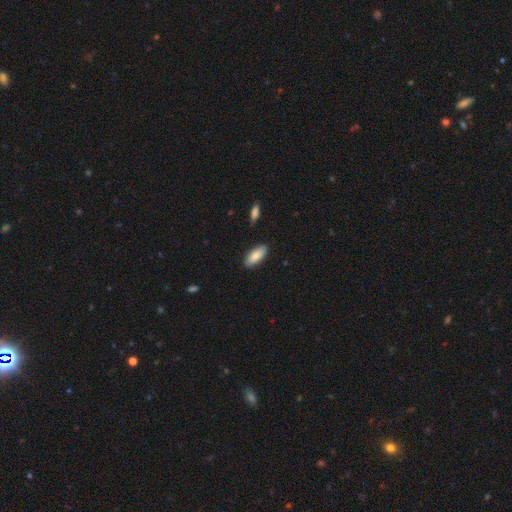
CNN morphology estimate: A smooth galaxy with no disk features (85%) that is in between round and cigar-shaped (82%).

Vote fractions:
- Smooth or featured? smooth: 85% / featured or disk: 9% / star or artifact: 6%
- How rounded? in between: 82% / cigar-shaped: 16% / round: 2%
- Merging? none: 86% / minor disturbance: 10% / major disturbance: 2% / merger: 2%